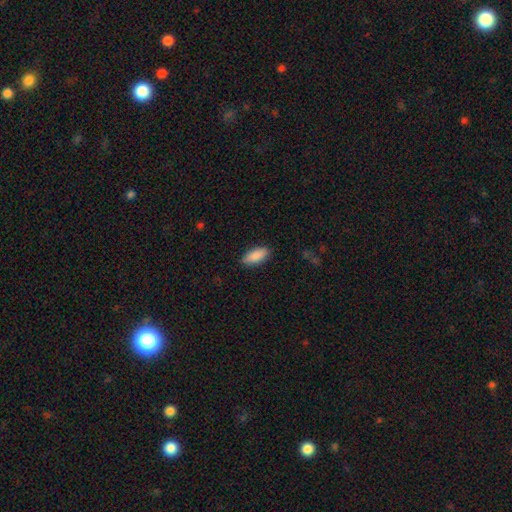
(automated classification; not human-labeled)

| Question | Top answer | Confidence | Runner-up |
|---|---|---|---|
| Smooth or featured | smooth | 89% | star or artifact (6%) |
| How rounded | in between | 83% | cigar-shaped (15%) |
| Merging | none | 87% | minor disturbance (10%) |